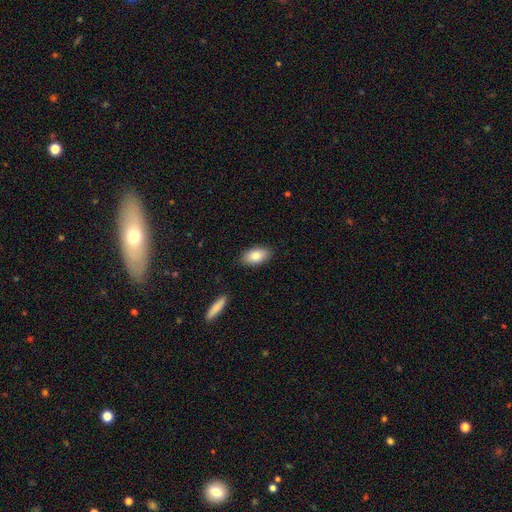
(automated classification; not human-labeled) smooth-or-featured: smooth: 84% | featured or disk: 10% | star or artifact: 7%
  how-rounded: in between: 92% | round: 4% | cigar-shaped: 3%
  merging: none: 86% | minor disturbance: 11% | major disturbance: 2% | merger: 1%